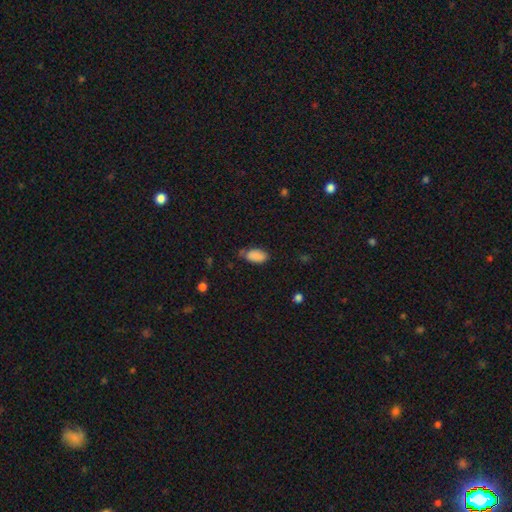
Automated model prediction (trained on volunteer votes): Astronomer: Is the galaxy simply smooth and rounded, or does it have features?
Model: smooth — 88%.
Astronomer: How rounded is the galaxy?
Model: in between — 94%.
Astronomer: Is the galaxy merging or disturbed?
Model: none — 66%.